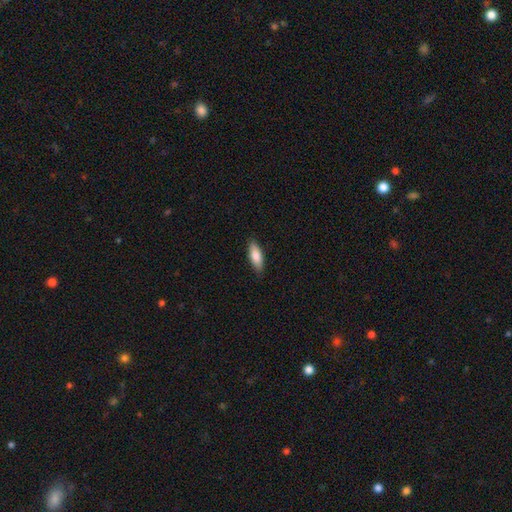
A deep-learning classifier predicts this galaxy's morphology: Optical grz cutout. It shows a smooth galaxy with no disk features (80%) that is in between round and cigar-shaped (64%). Merging: none (86%).